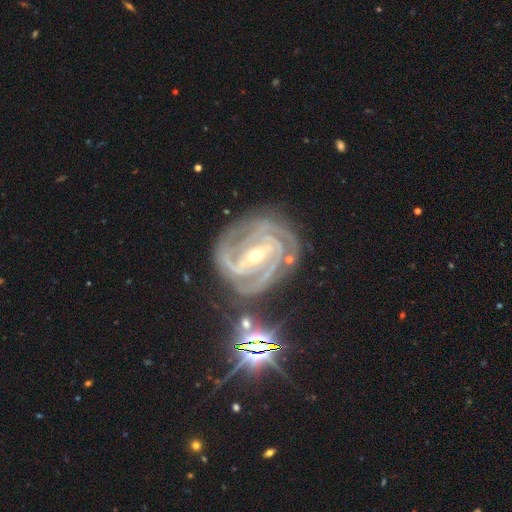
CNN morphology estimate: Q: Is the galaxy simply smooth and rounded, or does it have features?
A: featured or disk — 91%.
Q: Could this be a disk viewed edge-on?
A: no — 97%.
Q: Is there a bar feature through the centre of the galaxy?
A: strong — 65%.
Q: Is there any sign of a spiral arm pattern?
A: yes — 98%.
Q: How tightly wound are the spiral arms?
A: tight — 67%.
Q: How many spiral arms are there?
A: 3 — 36%.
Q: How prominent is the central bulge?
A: small — 59%.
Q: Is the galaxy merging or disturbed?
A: none — 74%.